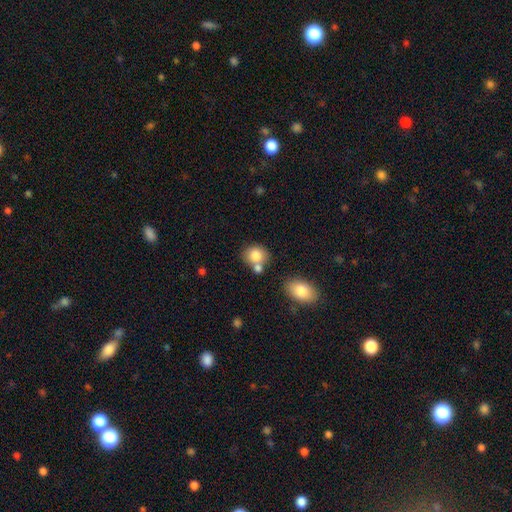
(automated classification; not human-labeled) Smooth or featured? smooth (81%)
How rounded? round (65%)
Merging? none (55%)